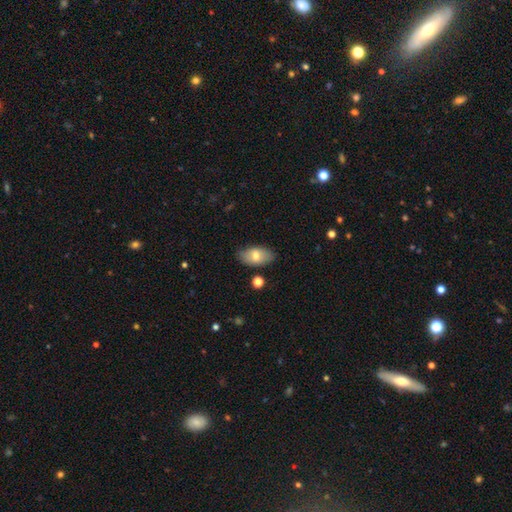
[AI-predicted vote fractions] smooth 71%, featured or disk 22%, star or artifact 7%. Down the decision tree: how rounded — in between (93%); merging — none (82%).